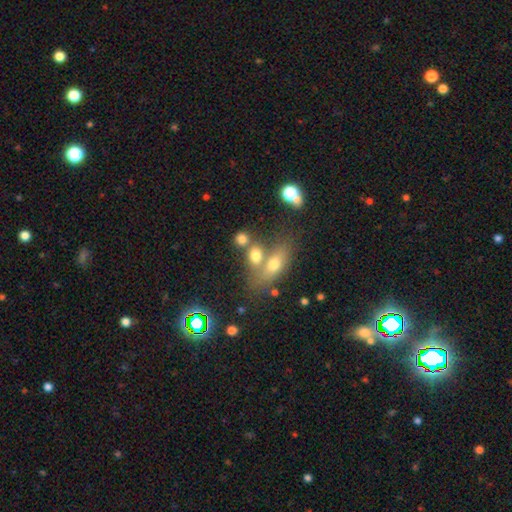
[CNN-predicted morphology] Smooth or featured? Predicted: smooth (p=0.70). How rounded? Predicted: in between (p=0.59). Merging? Predicted: merger (p=0.48).